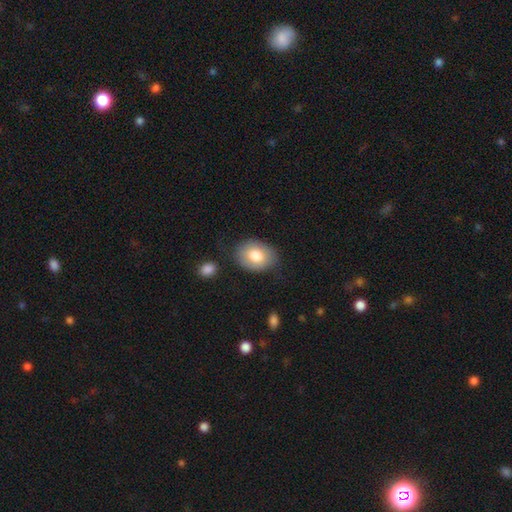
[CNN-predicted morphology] smooth 78%, featured or disk 15%, star or artifact 7%. Down the decision tree: how rounded — in between (68%); merging — none (76%).